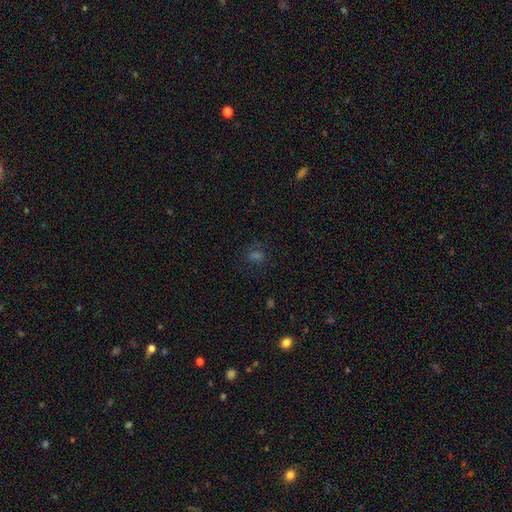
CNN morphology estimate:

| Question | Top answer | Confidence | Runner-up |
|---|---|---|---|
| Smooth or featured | smooth | 52% | star or artifact (37%) |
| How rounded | round | 56% | in between (42%) |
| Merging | none | 77% | minor disturbance (13%) |